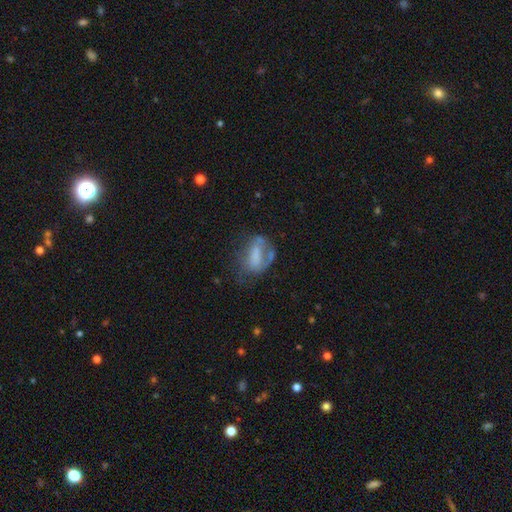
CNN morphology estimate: Smooth or featured?
  - smooth: 46% *
  - featured or disk: 43%
  - star or artifact: 11%
Merging?
  - major disturbance: 35% *
  - none: 32%
  - minor disturbance: 24%
  - merger: 9%